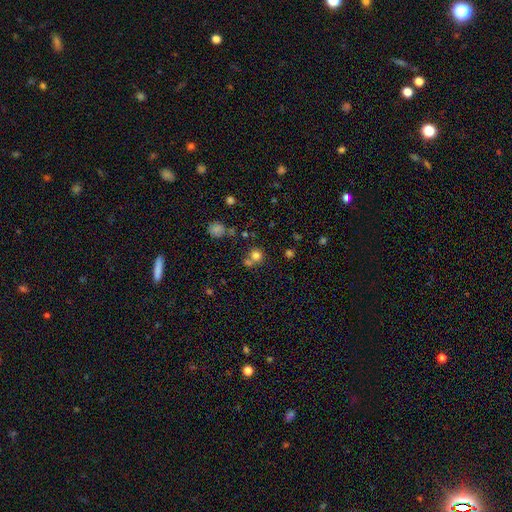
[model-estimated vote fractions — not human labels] A smooth galaxy with no disk features (76%) that is round (89%). Merging: none (55%).